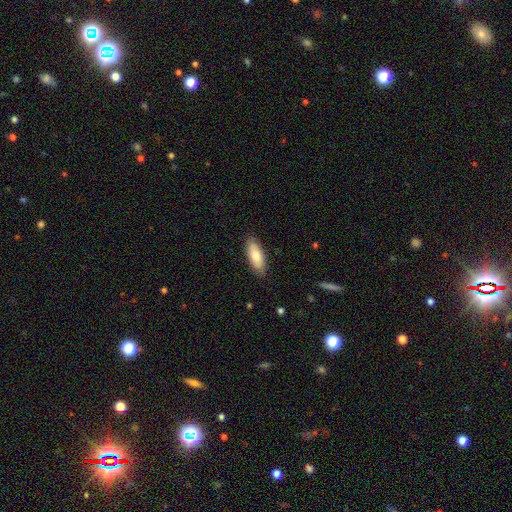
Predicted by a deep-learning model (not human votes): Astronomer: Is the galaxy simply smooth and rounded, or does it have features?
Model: smooth — 78%.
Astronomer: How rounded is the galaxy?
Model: in between — 76%.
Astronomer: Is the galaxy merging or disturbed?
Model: none — 86%.